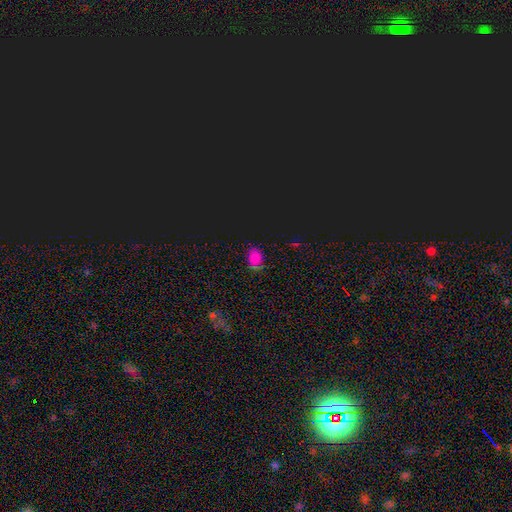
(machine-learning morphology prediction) The model was most divided on "how rounded": in between: 56%, round: 42%, cigar-shaped: 2%. More confident: merging — none (70%); smooth or featured — smooth (55%).